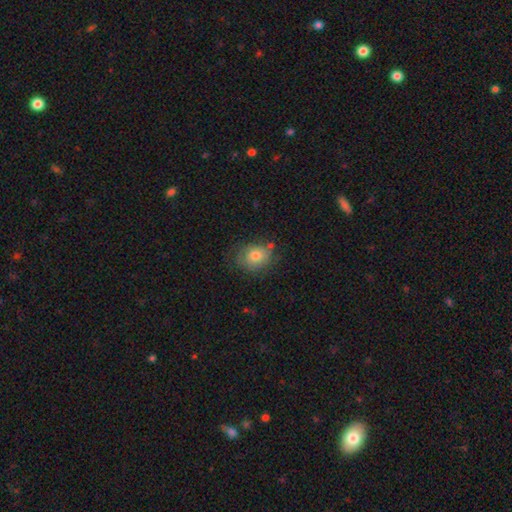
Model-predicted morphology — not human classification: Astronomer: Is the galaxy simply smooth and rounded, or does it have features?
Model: smooth — 73%.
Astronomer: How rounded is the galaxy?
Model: in between — 53% (runner-up: round, 46%).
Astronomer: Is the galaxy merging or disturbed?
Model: none — 65%.